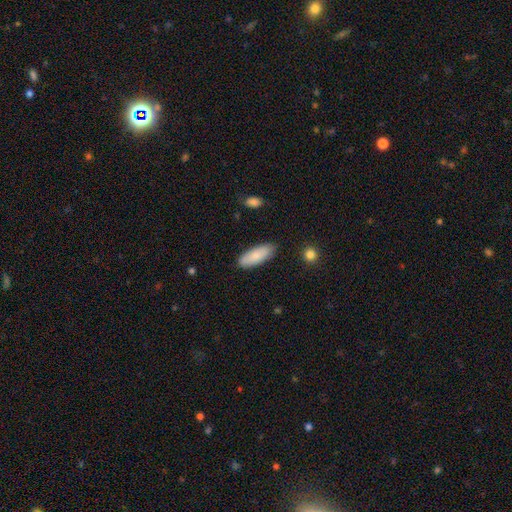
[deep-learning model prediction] smooth-or-featured: smooth: 84% | featured or disk: 10% | star or artifact: 6%
  how-rounded: in between: 76% | cigar-shaped: 22% | round: 2%
  merging: none: 86% | minor disturbance: 11% | major disturbance: 2% | merger: 1%